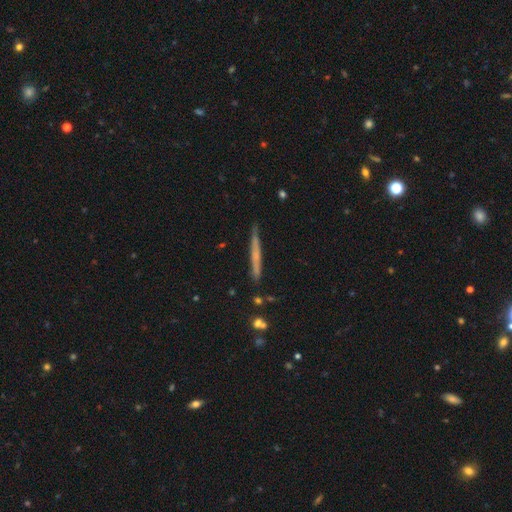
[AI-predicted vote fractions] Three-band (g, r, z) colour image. It shows a featured or disk galaxy (47%). Merging: none (88%).